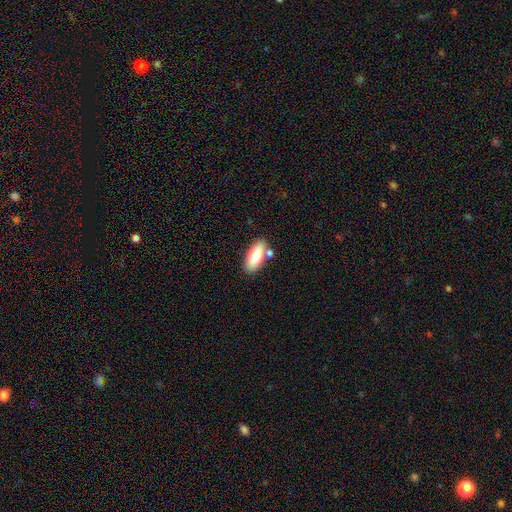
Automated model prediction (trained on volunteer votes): Q: Smooth or featured?
A: smooth (71%); runner-up: featured or disk (22%)
Q: How rounded?
A: in between (82%); runner-up: cigar-shaped (15%)
Q: Merging?
A: none (73%); runner-up: minor disturbance (12%)